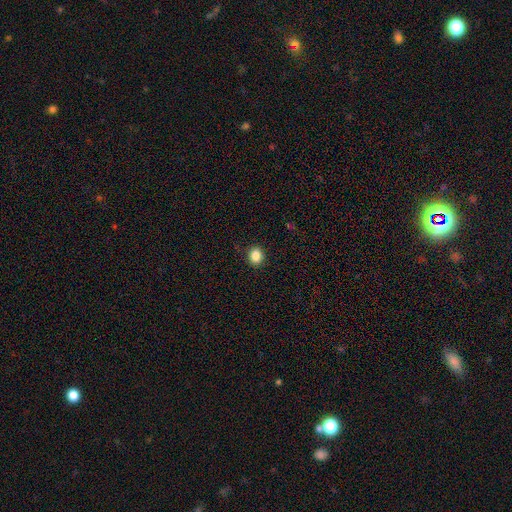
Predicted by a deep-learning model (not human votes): Overall: smooth (86%). How rounded: round (63%; in between 36%). Merging: none (90%).